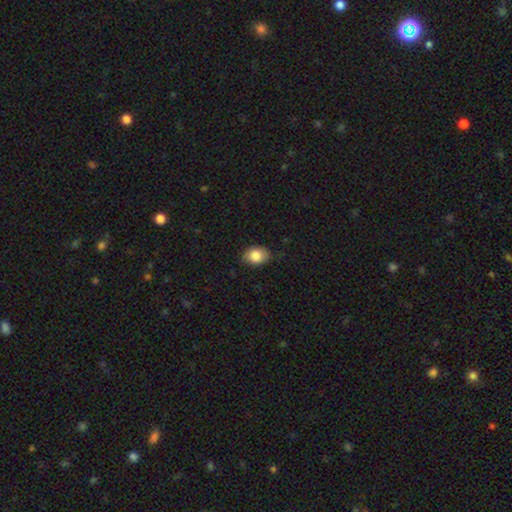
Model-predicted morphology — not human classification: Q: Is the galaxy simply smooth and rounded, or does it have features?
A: smooth — 85%.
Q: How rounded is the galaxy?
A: in between — 68%.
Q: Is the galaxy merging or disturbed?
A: none — 79%.